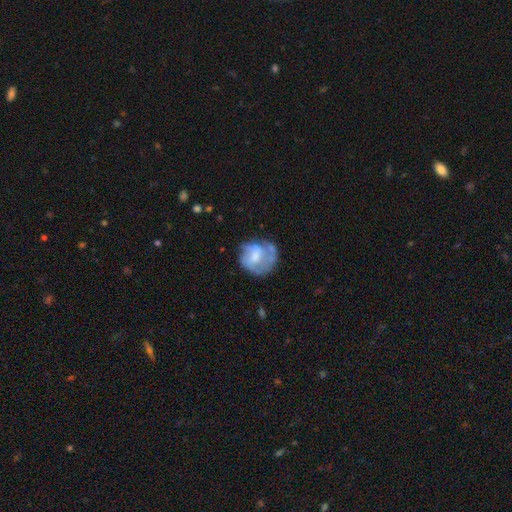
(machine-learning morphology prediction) A featured or disk galaxy (55%) with no bar (55%), spiral arms (59%) and a moderate central bulge (46%). Merging: none (48%).